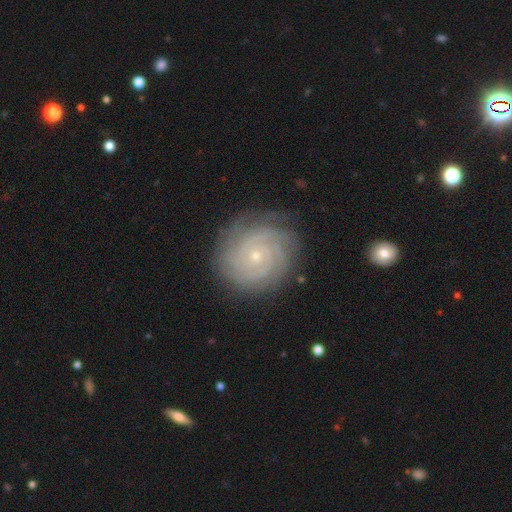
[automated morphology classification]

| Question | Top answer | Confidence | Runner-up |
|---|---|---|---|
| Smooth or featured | featured or disk | 87% | smooth (7%) |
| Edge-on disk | no | 98% | yes (2%) |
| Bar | no | 81% | weak (15%) |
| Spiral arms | yes | 98% | no (2%) |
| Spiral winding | tight | 86% | medium (12%) |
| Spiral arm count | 3 | 22% | can't tell (21%) |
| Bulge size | small | 81% | moderate (16%) |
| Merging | none | 83% | minor disturbance (12%) |